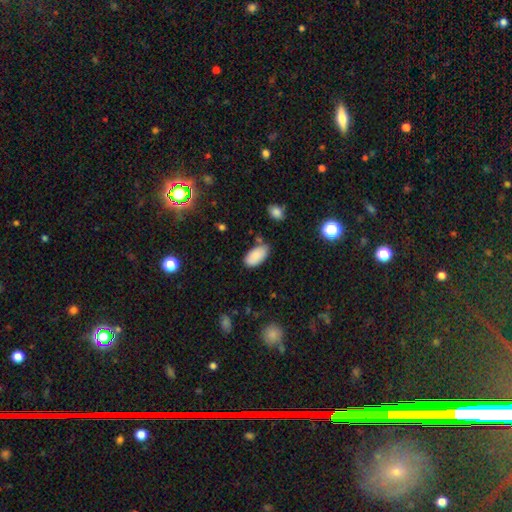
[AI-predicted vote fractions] smooth 87%, star or artifact 8%, featured or disk 5%. Down the decision tree: how rounded — in between (95%); merging — none (75%).